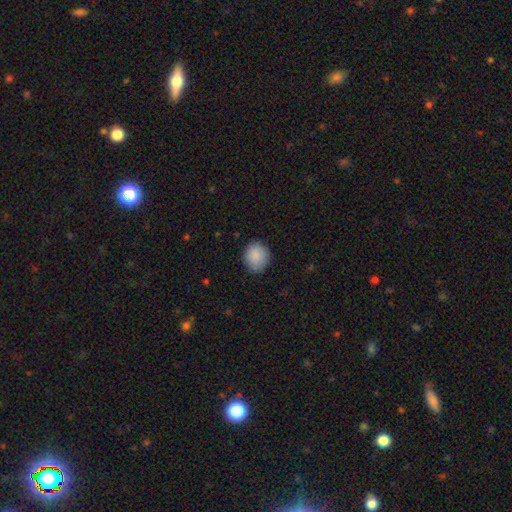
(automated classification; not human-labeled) Smooth or featured?
  - smooth: 88% *
  - star or artifact: 7%
  - featured or disk: 4%
How rounded?
  - round: 73% *
  - in between: 26%
  - cigar-shaped: 1%
Merging?
  - none: 85% *
  - minor disturbance: 12%
  - major disturbance: 3%
  - merger: 1%